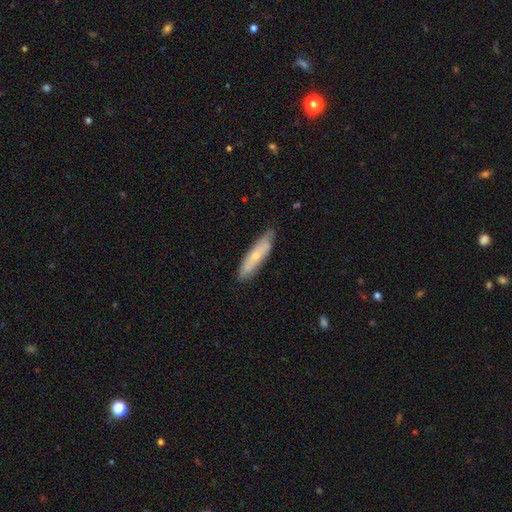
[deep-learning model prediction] smooth 53%, featured or disk 41%, star or artifact 6%. Down the decision tree: how rounded — cigar-shaped (74%); merging — none (78%).